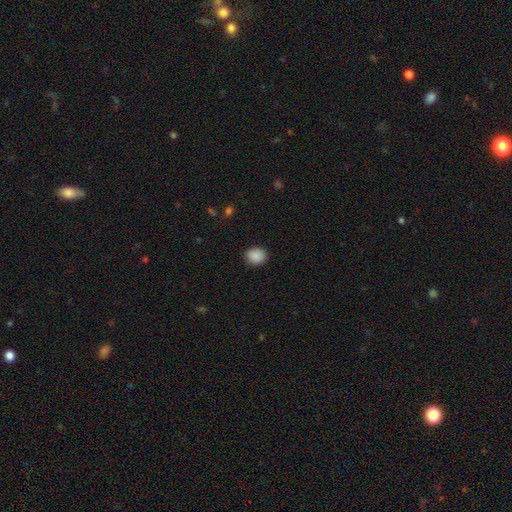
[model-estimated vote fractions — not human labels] Smooth or featured: smooth — 89% (star or artifact — 8%)
How rounded: round — 75% (in between — 24%)
Merging: none — 87% (minor disturbance — 10%)